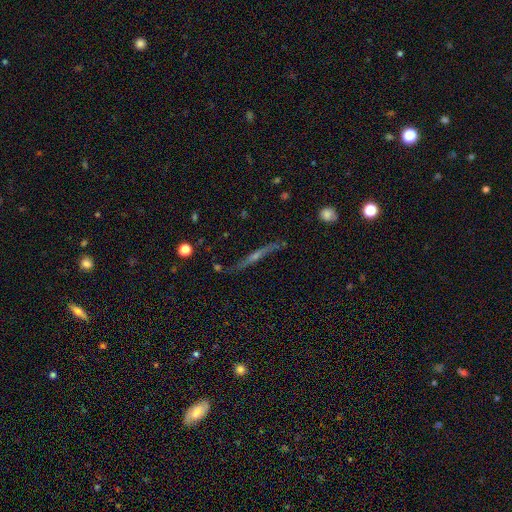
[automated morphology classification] type=featured or disk (72%); edge-on=yes (91%); edge-on bulge=rounded (64%); merging=none (76%).